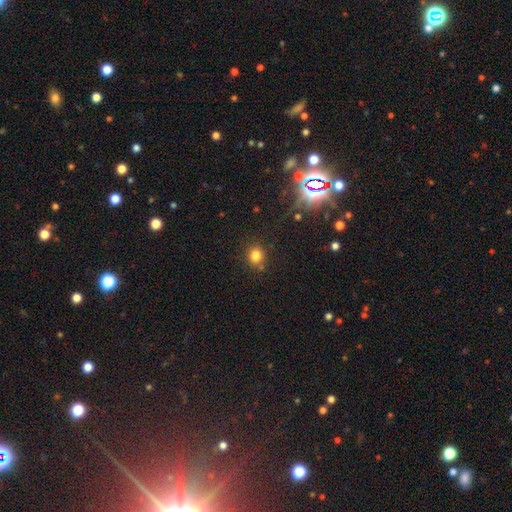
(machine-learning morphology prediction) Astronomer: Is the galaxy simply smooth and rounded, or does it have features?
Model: smooth — 80%.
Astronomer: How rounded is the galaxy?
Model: round — 81%.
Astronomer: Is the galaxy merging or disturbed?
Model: none — 82%.